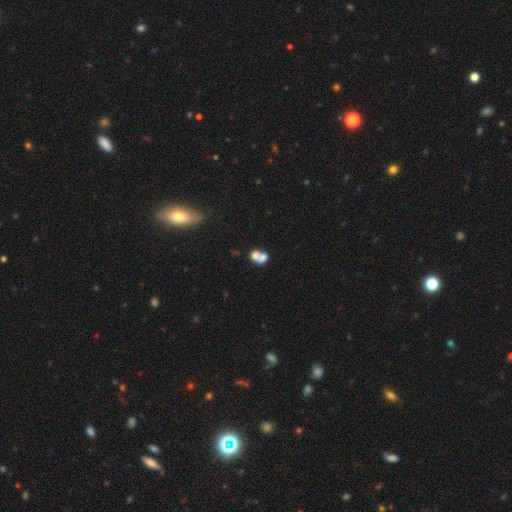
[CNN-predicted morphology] Smooth or featured? Predicted: smooth (p=0.68). How rounded? Predicted: round (p=0.50). Merging? Predicted: merger (p=0.64).